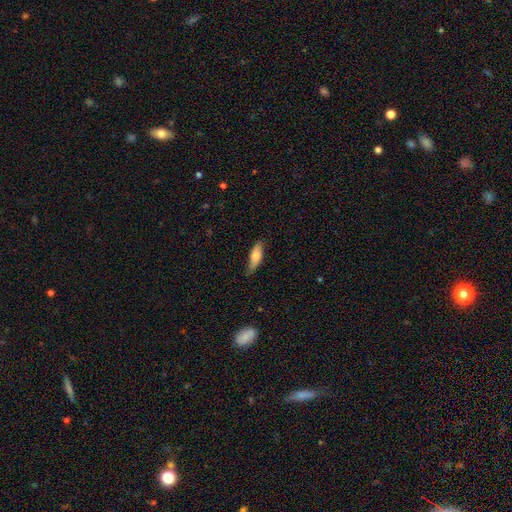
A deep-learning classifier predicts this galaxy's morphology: This is likely a smooth galaxy (76%). How rounded: likely in between (60%). Merging: likely none (69%).